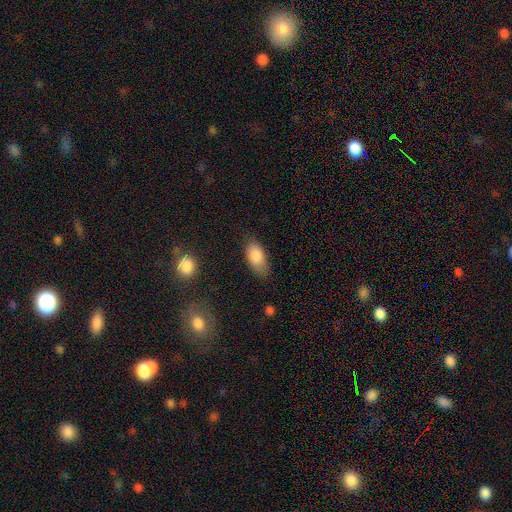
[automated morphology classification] This appears to be a smooth galaxy with no disk features (85%) that is in between round and cigar-shaped (92%). Merging: none (70%).